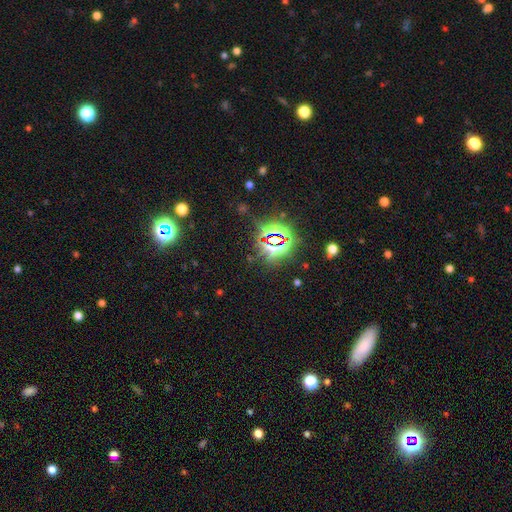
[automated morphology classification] Smooth or featured? star or artifact (80%)